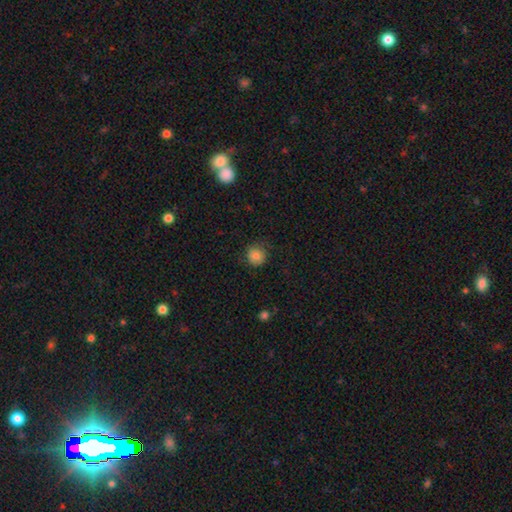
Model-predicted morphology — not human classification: This appears to be a smooth galaxy with no disk features (83%) that is round (91%). Merging: none (83%).